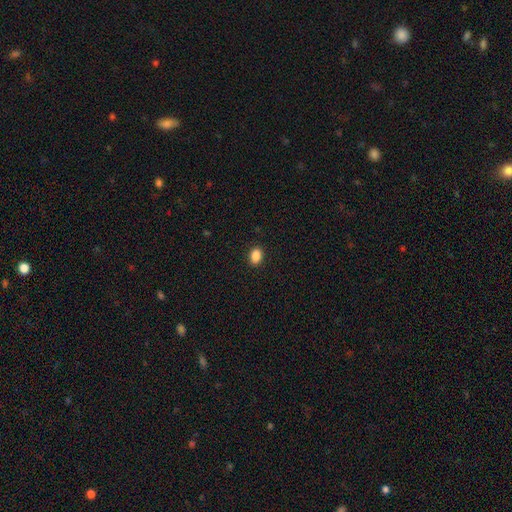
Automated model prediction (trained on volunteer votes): Smooth or featured?
  - smooth: 88% *
  - star or artifact: 9%
  - featured or disk: 3%
How rounded?
  - in between: 75% *
  - round: 23%
  - cigar-shaped: 1%
Merging?
  - none: 91% *
  - minor disturbance: 6%
  - major disturbance: 2%
  - merger: 1%